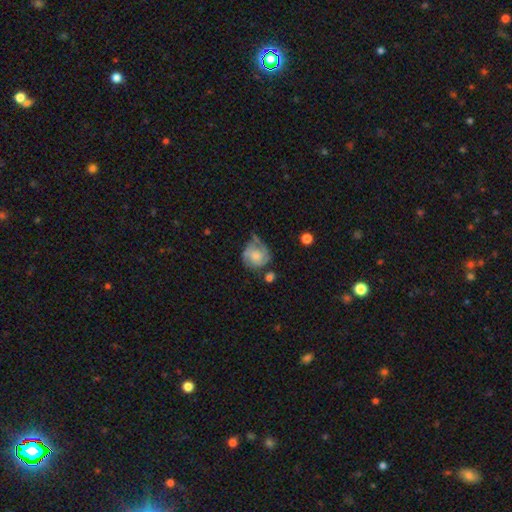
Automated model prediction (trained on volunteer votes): featured or disk 57%, smooth 36%, star or artifact 7%. Down the decision tree: edge-on disk — no (98%); bar — no (76%); spiral arms — yes (83%); bulge size — moderate (38%); merging — none (46%).